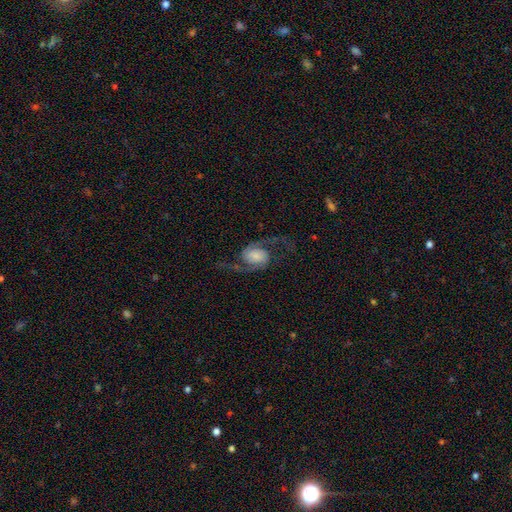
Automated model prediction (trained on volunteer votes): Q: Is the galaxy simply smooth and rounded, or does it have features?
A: featured or disk — 86%.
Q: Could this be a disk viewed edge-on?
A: no — 98%.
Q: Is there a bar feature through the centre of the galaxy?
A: no — 56%.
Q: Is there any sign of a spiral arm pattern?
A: yes — 97%.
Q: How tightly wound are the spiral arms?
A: loose — 65%.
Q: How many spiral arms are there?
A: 2 — 95%.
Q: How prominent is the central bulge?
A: large — 30%.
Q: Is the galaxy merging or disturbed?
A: none — 73%.